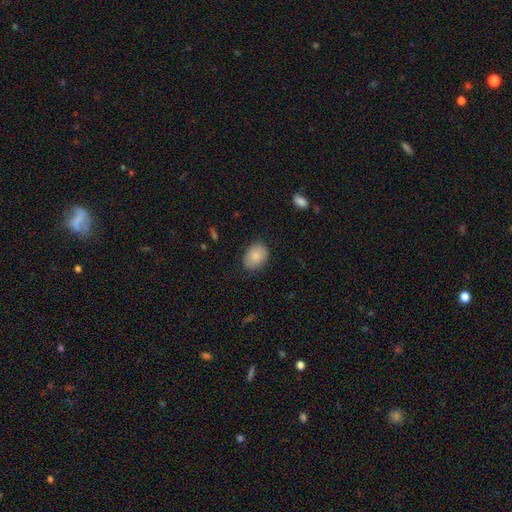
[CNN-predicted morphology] Smooth or featured? smooth (83%)
How rounded? in between (72%)
Merging? none (80%)